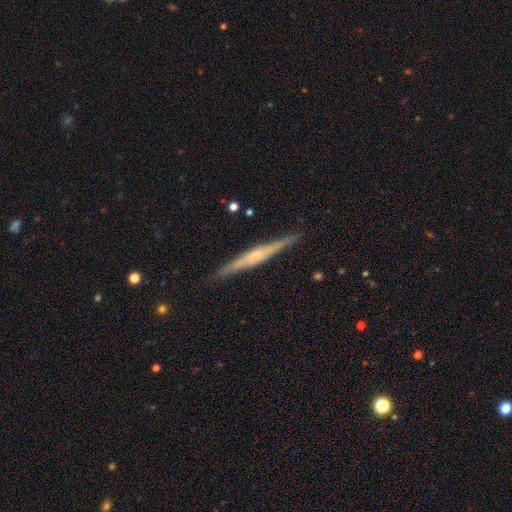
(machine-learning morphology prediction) A featured or disk galaxy (73%) viewed edge-on (98%) with a rounded central bulge (55%). Merging: none (89%).